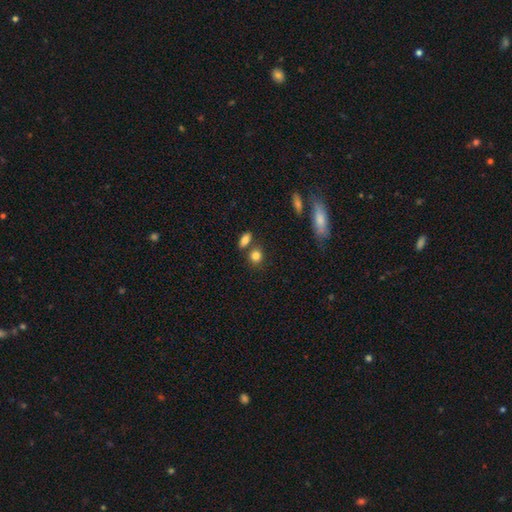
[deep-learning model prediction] Smooth or featured: smooth — 84% (star or artifact — 10%)
How rounded: round — 66% (in between — 32%)
Merging: none — 65% (merger — 20%)